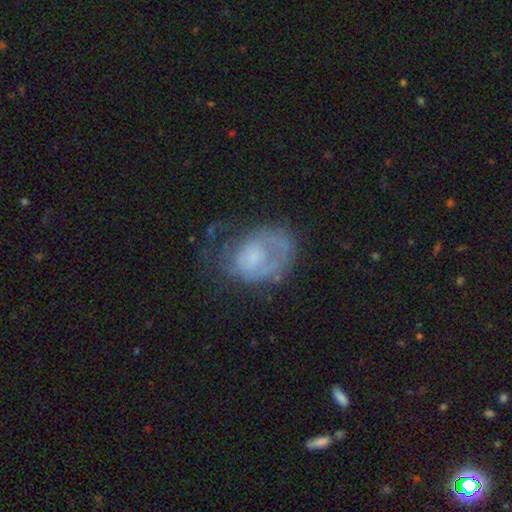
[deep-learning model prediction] This appears to be a featured or disk galaxy (53%) with no bar (81%), spiral arms (51%) and a small central bulge (34%). Merging: none (40%).